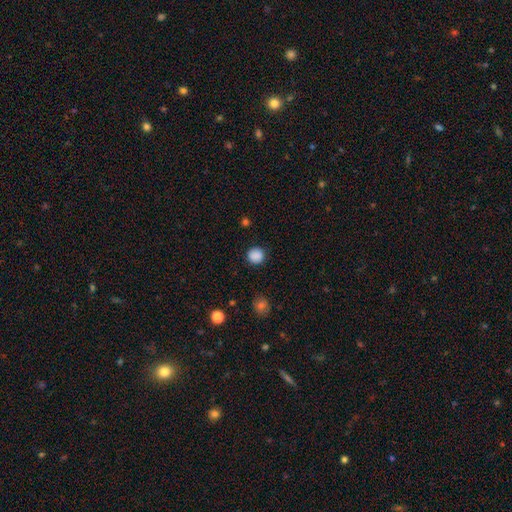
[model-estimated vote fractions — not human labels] smooth 87%, star or artifact 10%, featured or disk 2%. Down the decision tree: how rounded — round (92%); merging — none (90%).